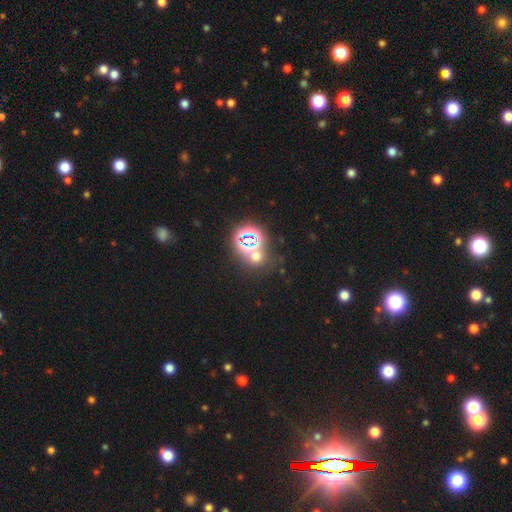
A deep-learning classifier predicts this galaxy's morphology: This appears to be a star or artifact, not a galaxy (51%).